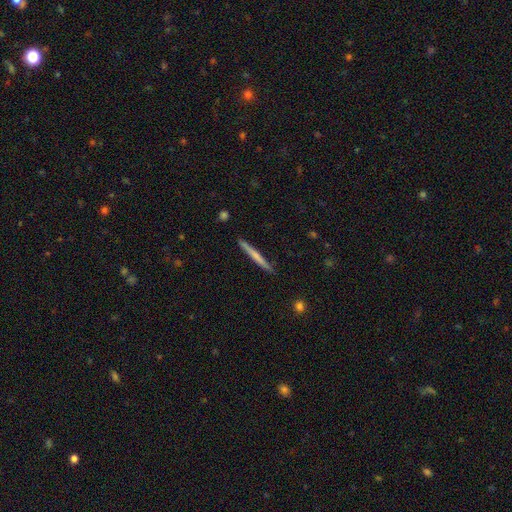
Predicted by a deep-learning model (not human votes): This is possibly a smooth galaxy (57%). How rounded: clearly cigar-shaped (97%). Merging: clearly none (90%).